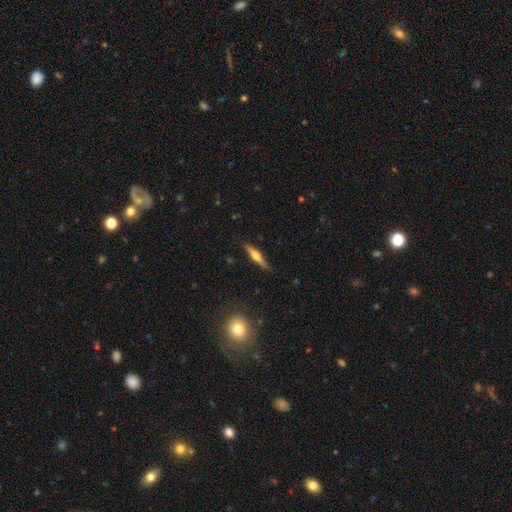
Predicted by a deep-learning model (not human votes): Smooth or featured? featured or disk (51%)
Edge-on disk? yes (95%)
Merging? none (86%)